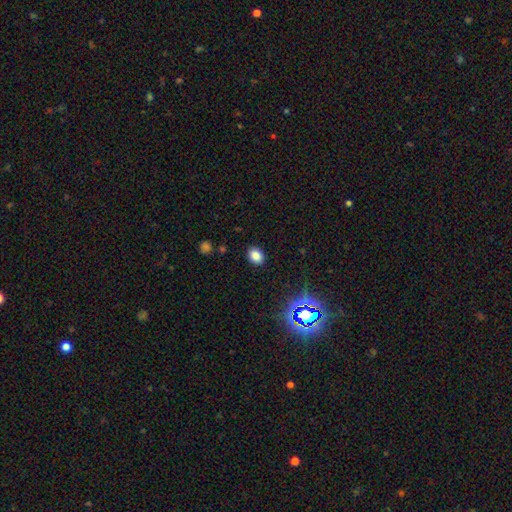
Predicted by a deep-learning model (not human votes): This appears to be a smooth galaxy with no disk features (80%) that is in between round and cigar-shaped (66%). Merging: none (89%).